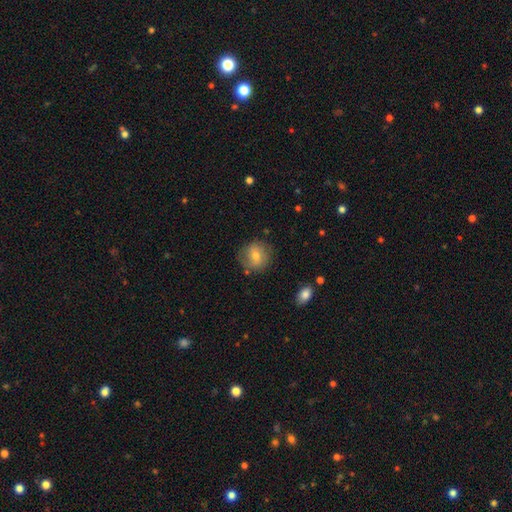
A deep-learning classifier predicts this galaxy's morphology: A smooth galaxy with no disk features (65%) that is round (85%).

Vote fractions:
- Smooth or featured? smooth: 65% / featured or disk: 25% / star or artifact: 10%
- How rounded? round: 85% / in between: 14% / cigar-shaped: 1%
- Merging? none: 79% / minor disturbance: 14% / major disturbance: 5% / merger: 2%